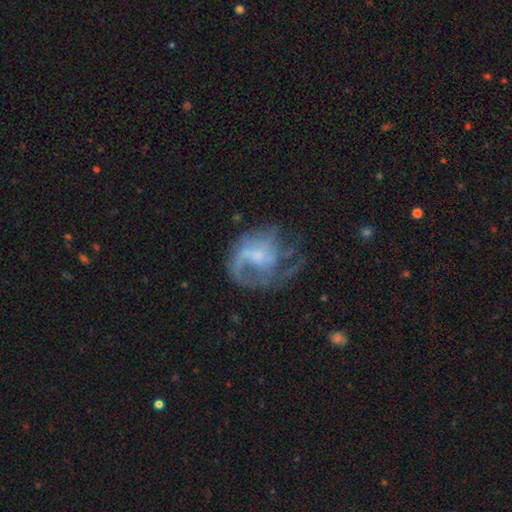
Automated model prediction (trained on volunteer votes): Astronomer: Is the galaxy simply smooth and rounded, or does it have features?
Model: featured or disk — 72%.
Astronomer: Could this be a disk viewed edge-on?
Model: no — 98%.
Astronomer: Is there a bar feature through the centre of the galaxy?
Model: no — 57% (runner-up: weak, 36%).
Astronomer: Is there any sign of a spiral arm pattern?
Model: yes — 80%.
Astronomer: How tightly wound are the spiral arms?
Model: medium — 39% (runner-up: loose, 38%).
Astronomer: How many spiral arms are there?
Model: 1 — 37% (runner-up: can't tell, 26%).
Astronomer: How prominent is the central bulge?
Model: small — 43% (runner-up: moderate, 33%).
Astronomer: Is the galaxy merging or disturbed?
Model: none — 42% (runner-up: major disturbance, 35%).